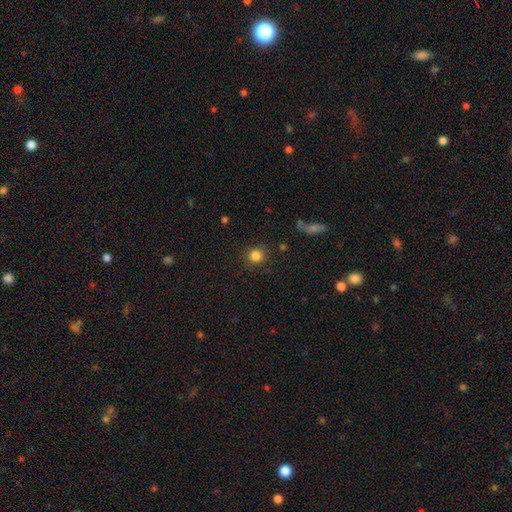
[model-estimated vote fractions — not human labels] Smooth or featured? Predicted: smooth (p=0.84). How rounded? Predicted: round (p=0.92). Merging? Predicted: none (p=0.86).